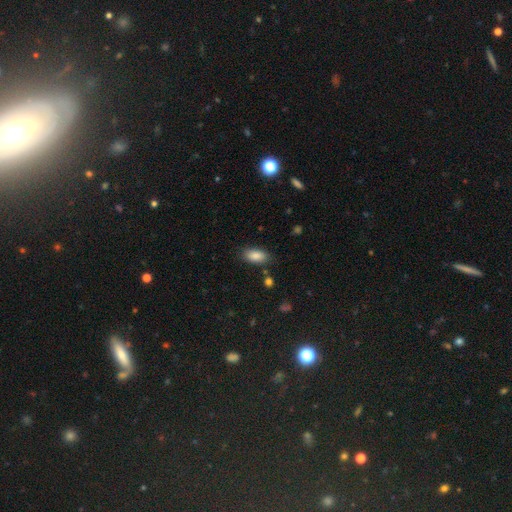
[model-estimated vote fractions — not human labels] The model was most divided on "merging": none: 84%, minor disturbance: 11%, major disturbance: 3%, merger: 2%. More confident: how rounded — in between (91%); smooth or featured — smooth (88%).